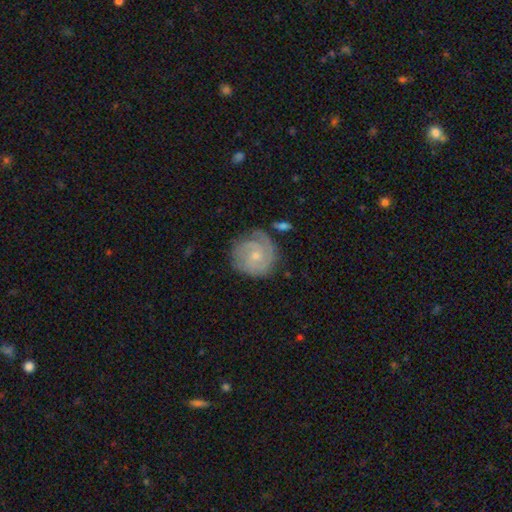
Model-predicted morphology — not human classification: type=featured or disk (78%); edge-on=no (98%); bar=no (72%); spiral arms=yes (95%); winding=tight (69%); arm count=2 (38%); bulge=small (66%); merging=none (73%).